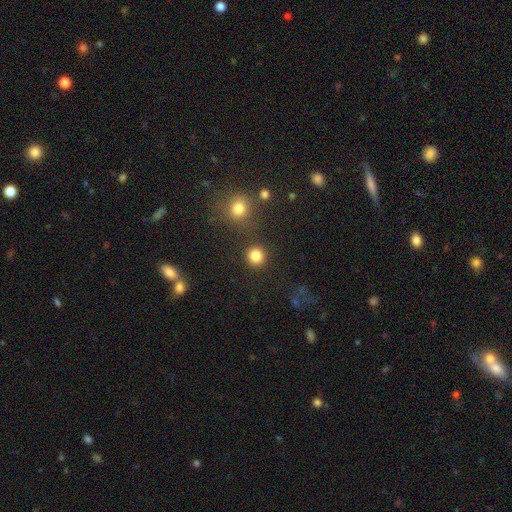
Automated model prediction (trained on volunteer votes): smooth_or_featured: smooth (p=0.83) [alt: star or artifact p=0.12]
how_rounded: round (p=0.94) [alt: in between p=0.05]
merging: none (p=0.88) [alt: minor disturbance p=0.06]